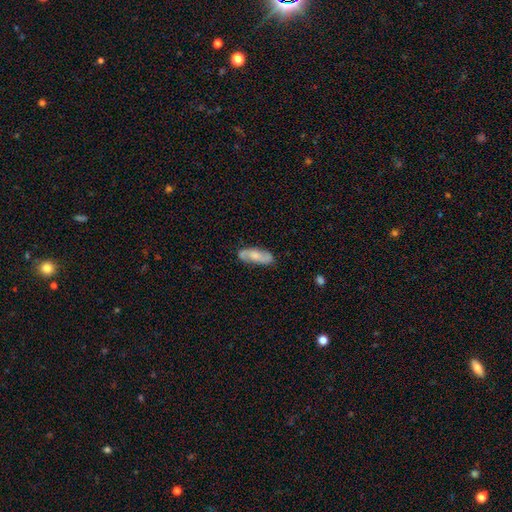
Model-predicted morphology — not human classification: The model was most divided on "smooth or featured": featured or disk: 53%, smooth: 41%, star or artifact: 6%. More confident: edge-on disk — no (86%); merging — none (78%).